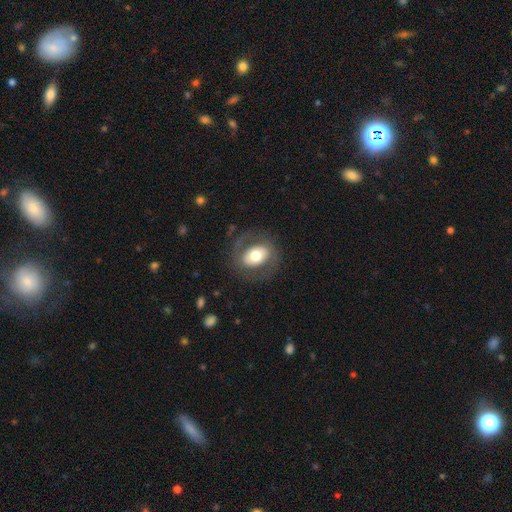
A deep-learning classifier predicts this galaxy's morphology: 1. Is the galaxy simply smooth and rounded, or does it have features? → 50% smooth, 43% featured or disk, 7% star or artifact.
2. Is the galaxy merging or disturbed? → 74% none, 14% minor disturbance, 11% major disturbance, 1% merger.